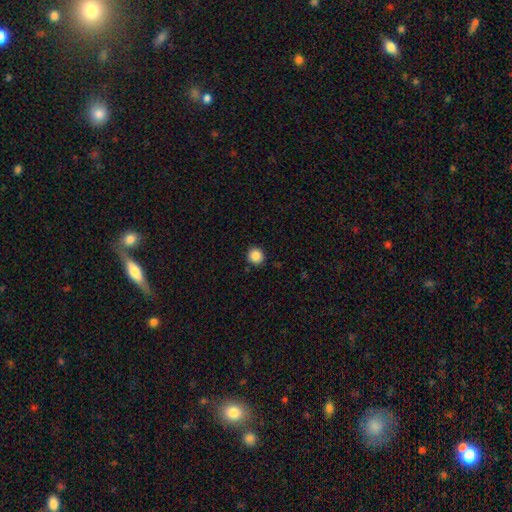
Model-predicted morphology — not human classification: This is clearly a smooth galaxy (87%). How rounded: clearly round (93%). Merging: clearly none (90%).